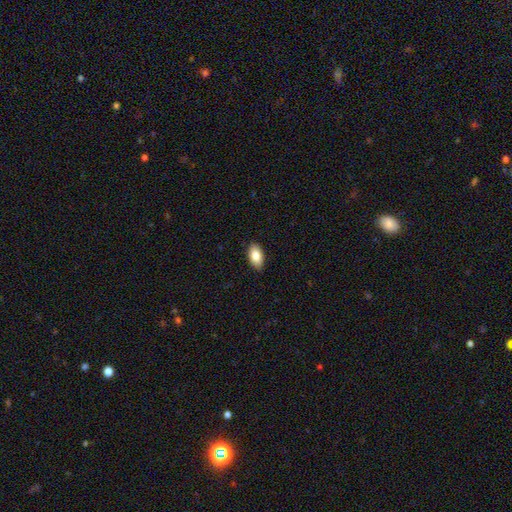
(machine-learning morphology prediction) A smooth galaxy with no disk features (84%) that is in between round and cigar-shaped (93%). Merging: none (89%).